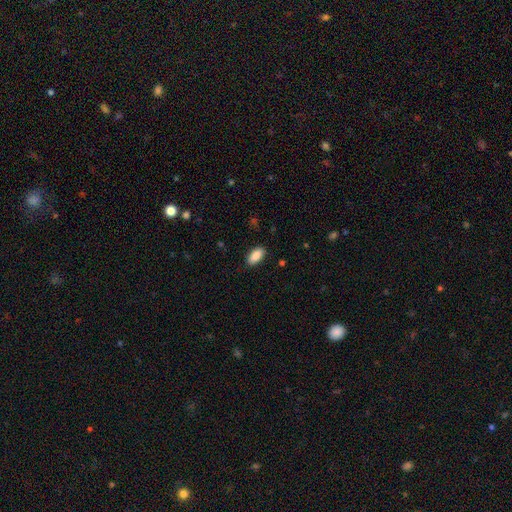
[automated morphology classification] Smooth or featured?
  - smooth: 89% *
  - star or artifact: 7%
  - featured or disk: 4%
How rounded?
  - in between: 93% *
  - cigar-shaped: 4%
  - round: 3%
Merging?
  - none: 87% *
  - minor disturbance: 9%
  - major disturbance: 2%
  - merger: 1%